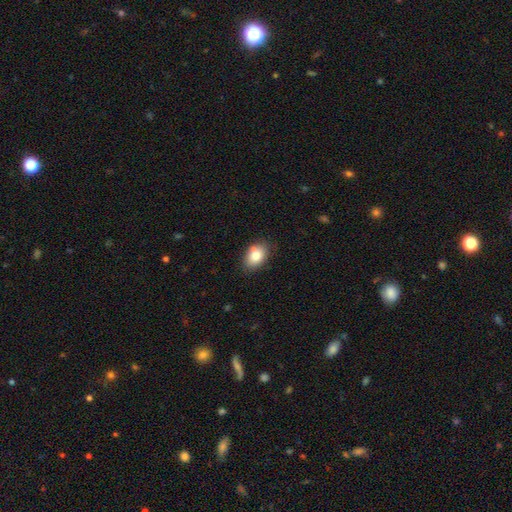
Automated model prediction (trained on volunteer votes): smooth-or-featured: smooth: 79% | featured or disk: 12% | star or artifact: 9%
  how-rounded: in between: 80% | round: 19% | cigar-shaped: 1%
  merging: none: 73% | minor disturbance: 16% | merger: 8% | major disturbance: 3%